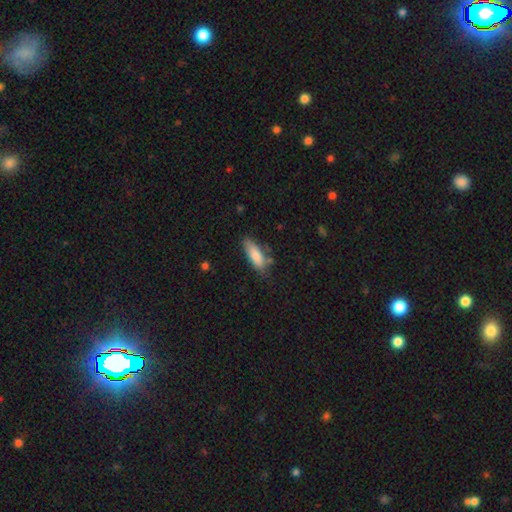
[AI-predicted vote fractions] The model was most divided on "how rounded": in between: 63%, cigar-shaped: 35%, round: 2%. More confident: smooth or featured — smooth (81%); merging — none (66%).